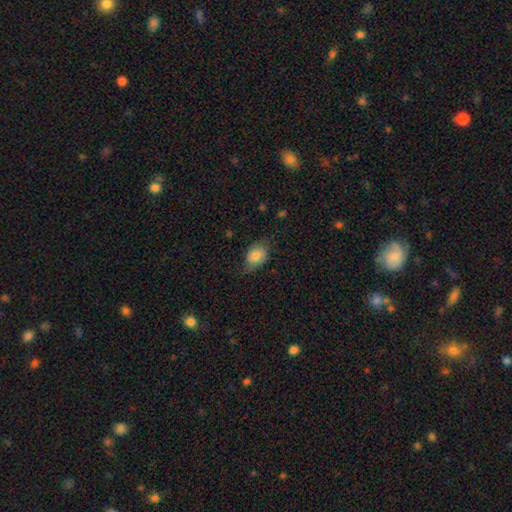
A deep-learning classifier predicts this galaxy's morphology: This appears to be a smooth galaxy with no disk features (74%) that is in between round and cigar-shaped (75%). Merging: none (57%).